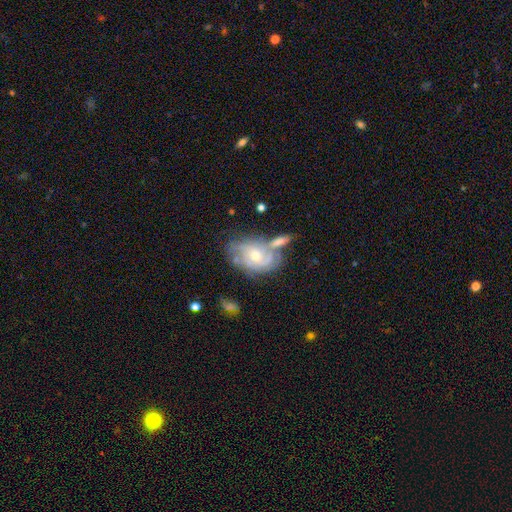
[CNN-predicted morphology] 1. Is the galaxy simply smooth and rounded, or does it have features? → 73% featured or disk, 21% smooth, 7% star or artifact.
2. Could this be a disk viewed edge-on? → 96% no, 4% yes.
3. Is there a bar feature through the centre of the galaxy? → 70% no, 26% weak, 4% strong.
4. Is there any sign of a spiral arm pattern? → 84% yes, 16% no.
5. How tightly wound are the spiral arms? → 48% tight, 38% medium, 14% loose.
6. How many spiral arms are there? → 38% can't tell, 35% 2, 15% 3, 4% 4, 4% 1, 3% more than 4.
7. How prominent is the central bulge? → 52% moderate, 44% small, 2% large, 1% none, 1% dominant.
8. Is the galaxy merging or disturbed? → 40% none, 28% merger, 21% minor disturbance, 12% major disturbance.